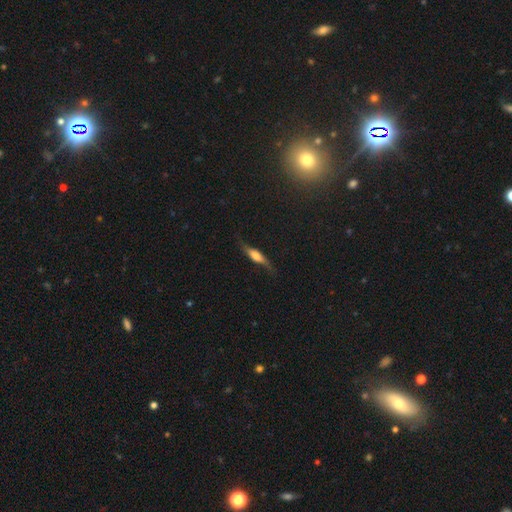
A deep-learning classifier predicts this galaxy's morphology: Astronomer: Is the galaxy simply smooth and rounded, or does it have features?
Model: featured or disk — 57% (runner-up: smooth, 35%).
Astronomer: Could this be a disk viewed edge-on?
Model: yes — 73%.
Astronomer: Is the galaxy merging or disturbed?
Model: none — 67%.